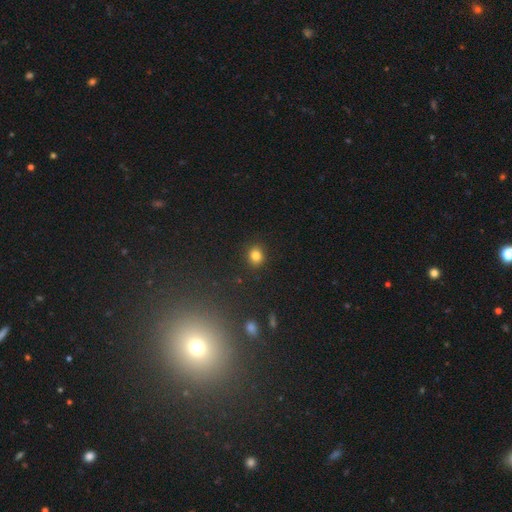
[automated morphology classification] This is clearly a smooth galaxy (81%). How rounded: likely round (74%). Merging: clearly none (89%).